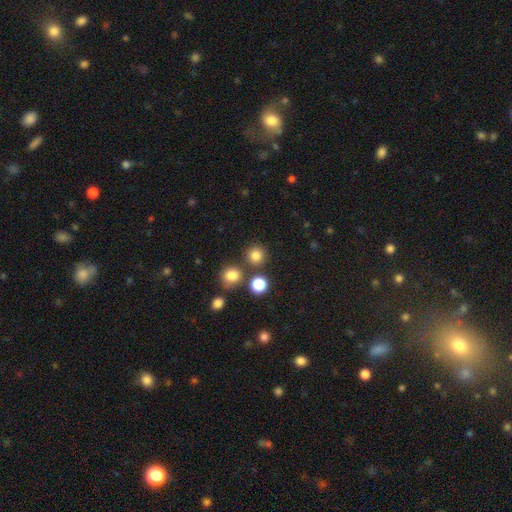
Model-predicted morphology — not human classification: The model was most divided on "smooth or featured": smooth: 81%, star or artifact: 14%, featured or disk: 5%. More confident: how rounded — round (93%); merging — none (82%).